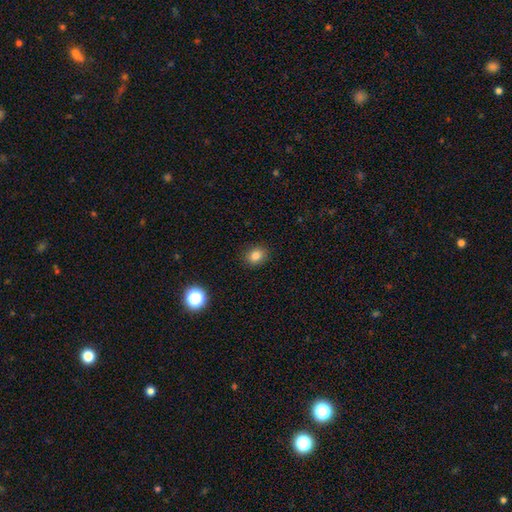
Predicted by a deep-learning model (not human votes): Smooth or featured? Predicted: smooth (p=0.82). How rounded? Predicted: round (p=0.60). Merging? Predicted: none (p=0.89).